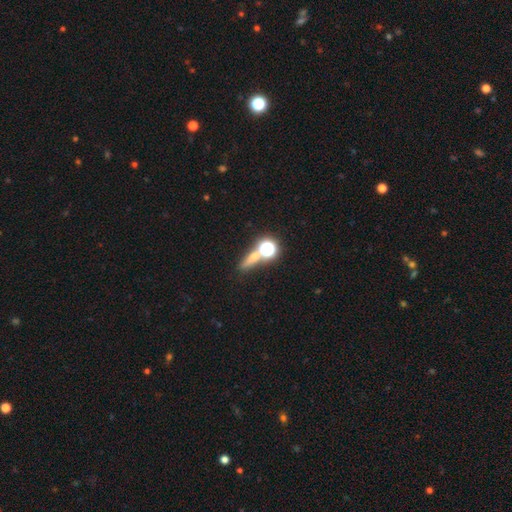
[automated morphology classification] type=smooth (48%); merging=none (63%).